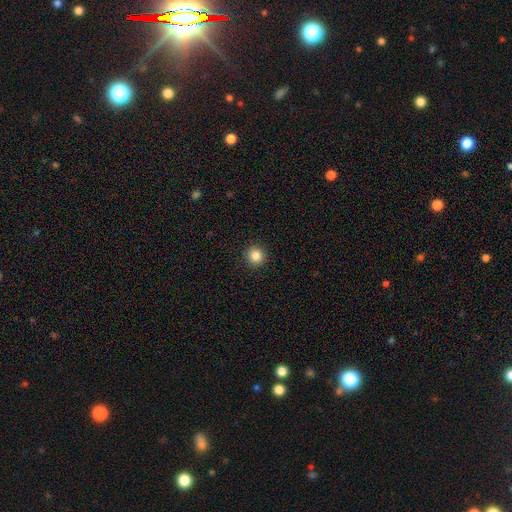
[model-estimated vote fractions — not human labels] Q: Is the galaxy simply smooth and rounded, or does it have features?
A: smooth — 85%.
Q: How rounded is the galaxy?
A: round — 95%.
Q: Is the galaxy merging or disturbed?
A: none — 93%.